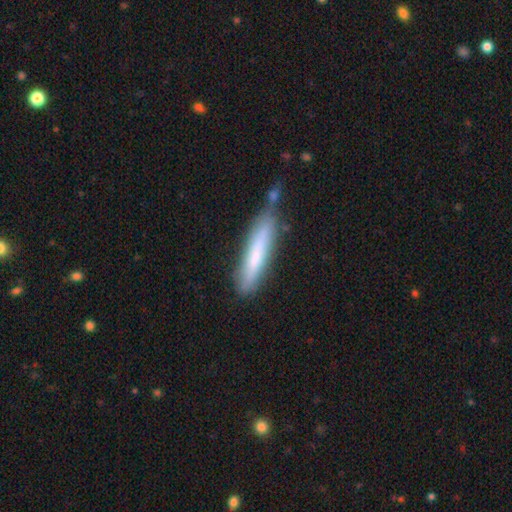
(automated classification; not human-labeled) A smooth galaxy with no disk features (69%) that is cigar-shaped (88%). Merging: none (66%).